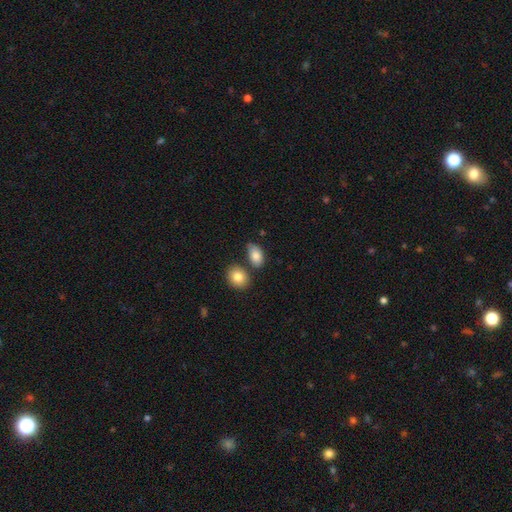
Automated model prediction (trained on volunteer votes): smooth_or_featured: smooth (p=0.84) [alt: featured or disk p=0.09]
how_rounded: in between (p=0.89) [alt: round p=0.09]
merging: none (p=0.60) [alt: minor disturbance p=0.20]